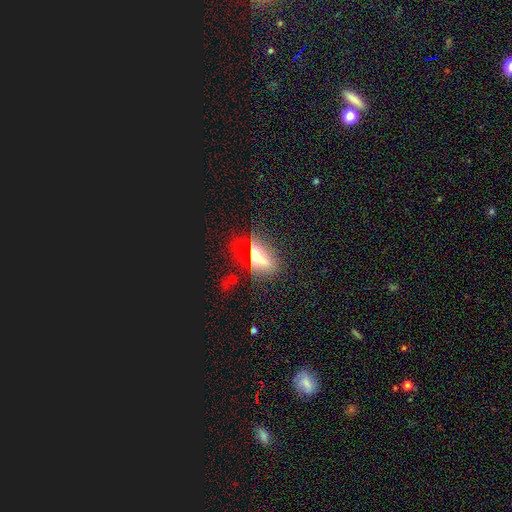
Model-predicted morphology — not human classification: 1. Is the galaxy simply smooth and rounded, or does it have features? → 51% smooth, 26% star or artifact, 23% featured or disk.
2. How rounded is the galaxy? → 67% in between, 17% cigar-shaped, 15% round.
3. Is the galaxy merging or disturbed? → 71% none, 16% minor disturbance, 8% major disturbance, 5% merger.